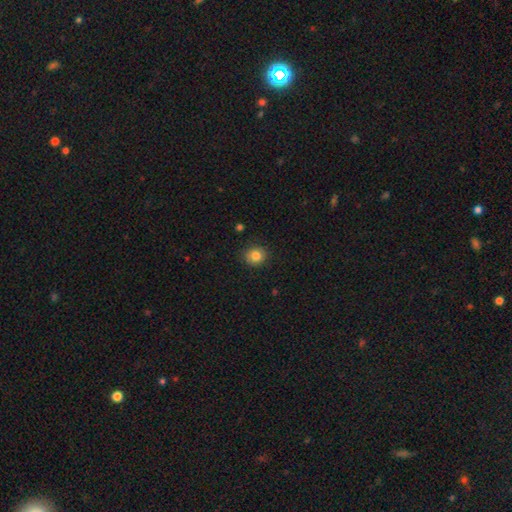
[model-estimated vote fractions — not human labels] smooth 83%, star or artifact 10%, featured or disk 7%. Down the decision tree: how rounded — round (82%); merging — none (87%).